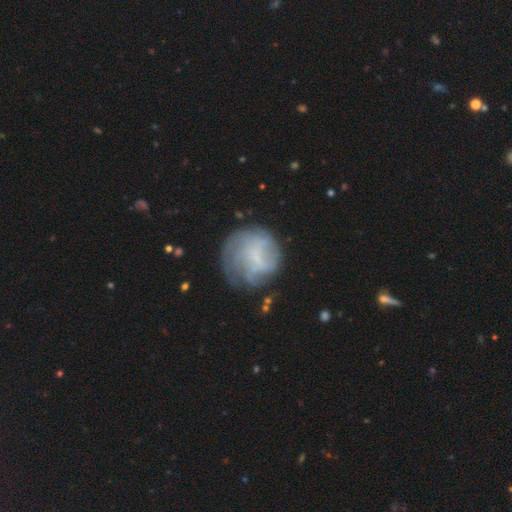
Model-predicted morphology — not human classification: The model was most divided on "smooth or featured": featured or disk: 47%, smooth: 43%, star or artifact: 10%. More confident: merging — none (58%).